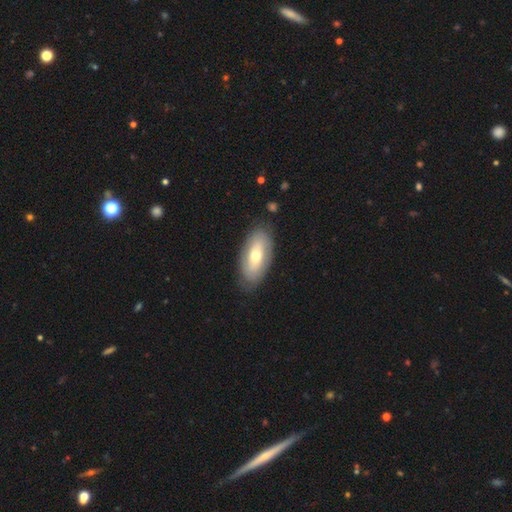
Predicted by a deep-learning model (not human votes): smooth-or-featured: smooth: 52% | featured or disk: 42% | star or artifact: 6%
  how-rounded: in between: 91% | cigar-shaped: 6% | round: 3%
  merging: none: 81% | minor disturbance: 14% | major disturbance: 4% | merger: 1%